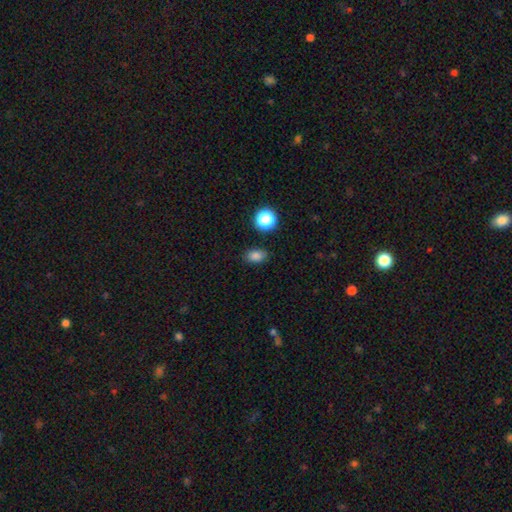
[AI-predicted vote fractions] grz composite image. It shows a smooth galaxy with no disk features (82%) that is in between round and cigar-shaped (80%). Merging: none (86%).